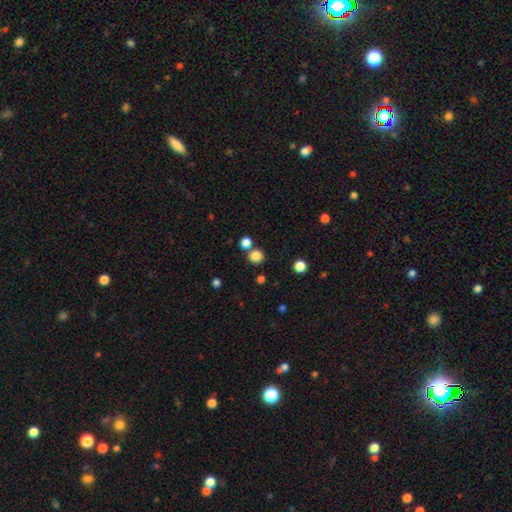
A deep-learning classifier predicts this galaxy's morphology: Smooth or featured?
  - smooth: 83% *
  - star or artifact: 13%
  - featured or disk: 4%
How rounded?
  - round: 93% *
  - in between: 6%
  - cigar-shaped: 1%
Merging?
  - none: 75% *
  - merger: 16%
  - minor disturbance: 6%
  - major disturbance: 3%